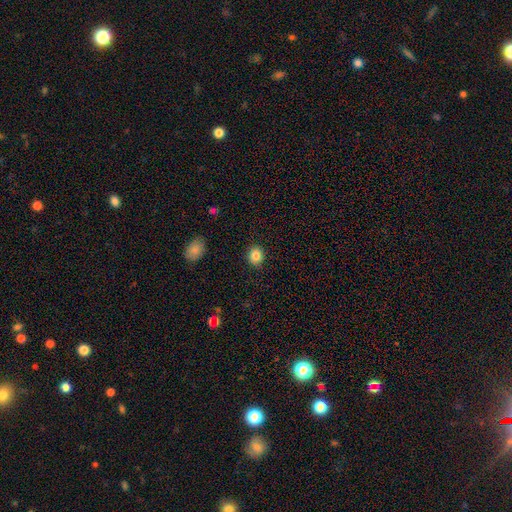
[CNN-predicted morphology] smooth-or-featured: smooth: 85% | star or artifact: 10% | featured or disk: 5%
  how-rounded: round: 76% | in between: 23% | cigar-shaped: 1%
  merging: none: 90% | minor disturbance: 7% | major disturbance: 2% | merger: 1%